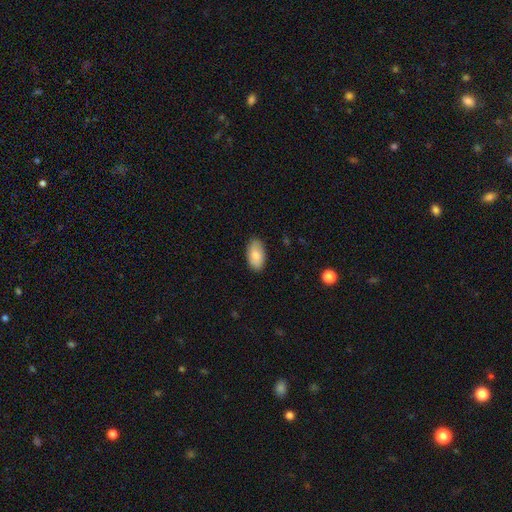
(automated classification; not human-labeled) This is clearly a smooth galaxy (82%). How rounded: clearly in between (95%). Merging: clearly none (86%).